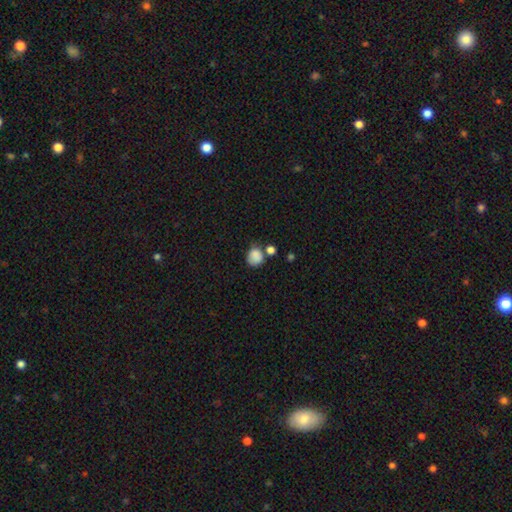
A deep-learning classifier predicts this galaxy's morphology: Smooth or featured?
  - smooth: 84% *
  - star or artifact: 10%
  - featured or disk: 6%
How rounded?
  - round: 73% *
  - in between: 26%
  - cigar-shaped: 1%
Merging?
  - none: 52% *
  - merger: 21%
  - minor disturbance: 20%
  - major disturbance: 7%